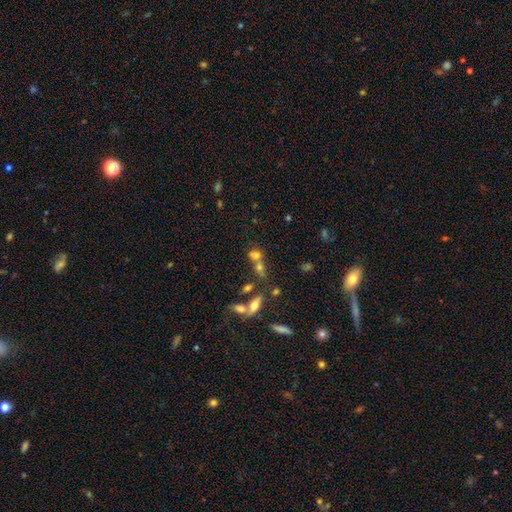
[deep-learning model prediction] A smooth galaxy with no disk features (67%) that is round (49%). Merging: merger (54%).